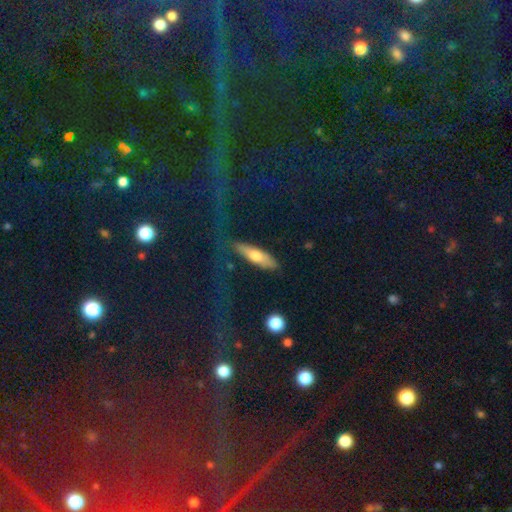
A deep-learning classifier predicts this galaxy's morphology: This appears to be a smooth galaxy with no disk features (62%) that is cigar-shaped (61%). Merging: none (58%).